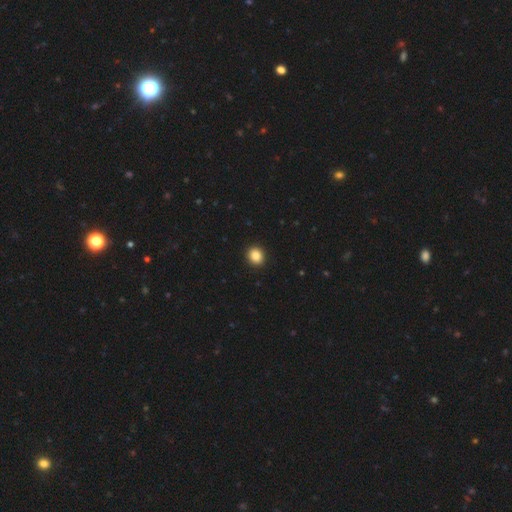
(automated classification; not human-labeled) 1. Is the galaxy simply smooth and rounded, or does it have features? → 87% smooth, 10% star or artifact, 3% featured or disk.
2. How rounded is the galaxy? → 78% round, 21% in between, 1% cigar-shaped.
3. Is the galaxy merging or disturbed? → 93% none, 5% minor disturbance, 2% major disturbance, 1% merger.